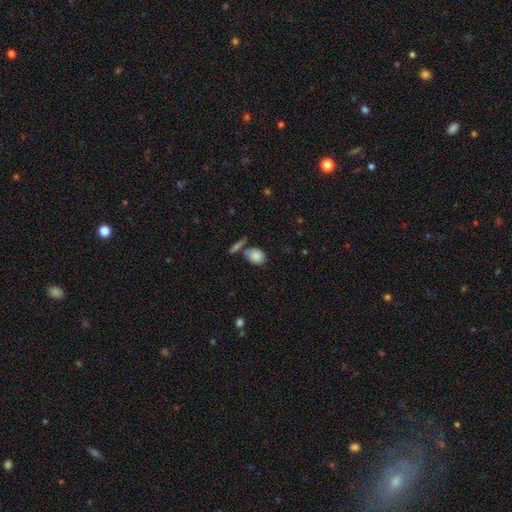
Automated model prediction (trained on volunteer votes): smooth-or-featured: smooth: 84% | star or artifact: 9% | featured or disk: 8%
  how-rounded: round: 58% | in between: 40% | cigar-shaped: 3%
  merging: none: 60% | merger: 19% | minor disturbance: 16% | major disturbance: 5%